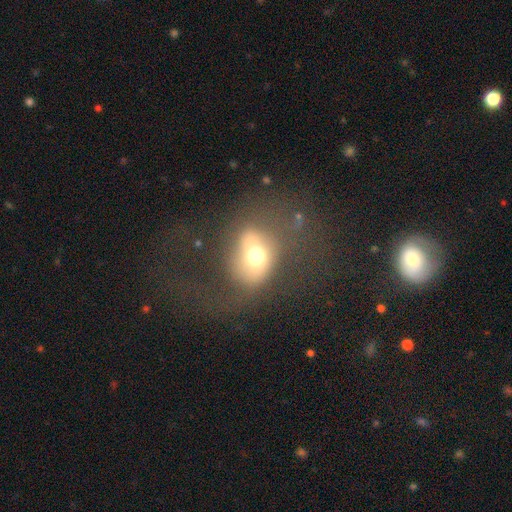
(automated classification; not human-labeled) Morphology: type=smooth (63%); roundness=in between (53%); merging=none (47%).